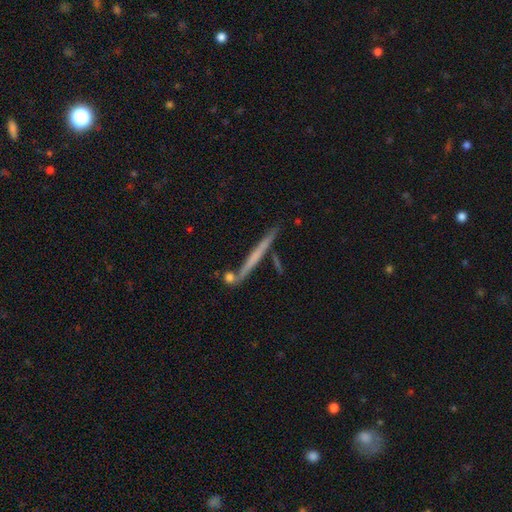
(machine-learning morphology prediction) The model was most divided on "smooth or featured": featured or disk: 52%, smooth: 41%, star or artifact: 7%. More confident: edge-on disk — yes (96%); edge-on bulge — none (82%); merging — none (78%).